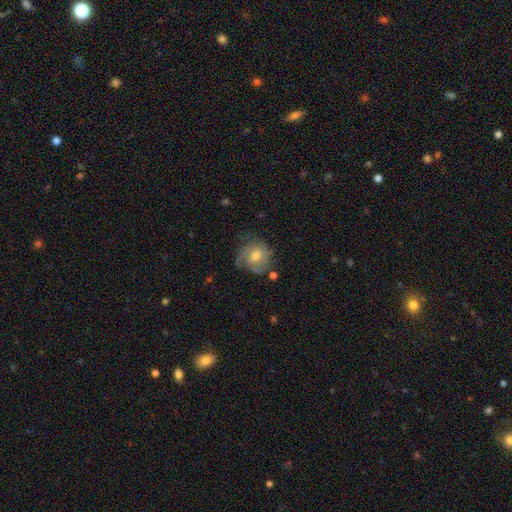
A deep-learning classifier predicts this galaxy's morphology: This appears to be a featured or disk galaxy (60%) with no bar (59%), spiral arms (83%) and a moderate central bulge (66%). Merging: none (63%).